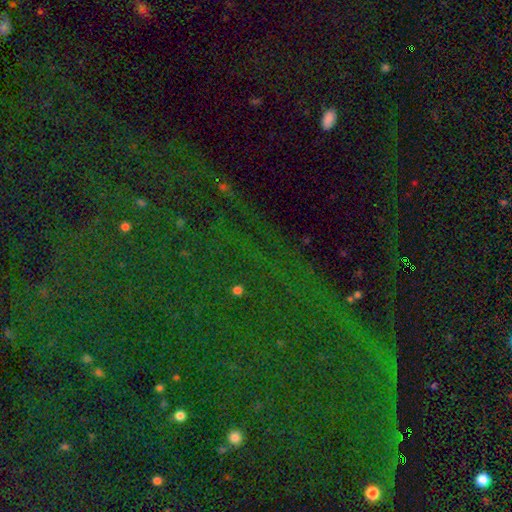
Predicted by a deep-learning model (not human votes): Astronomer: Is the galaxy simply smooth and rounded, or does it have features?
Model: star or artifact — 80%.